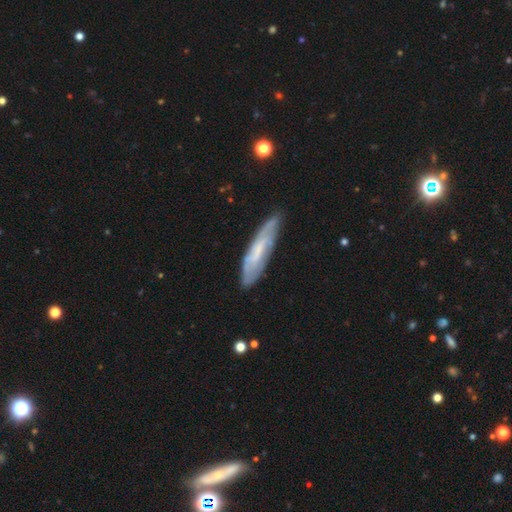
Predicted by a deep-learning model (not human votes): Overall: featured or disk (53%; smooth 38%). Edge-on disk: yes (52%; no 48%). Merging: none (75%).